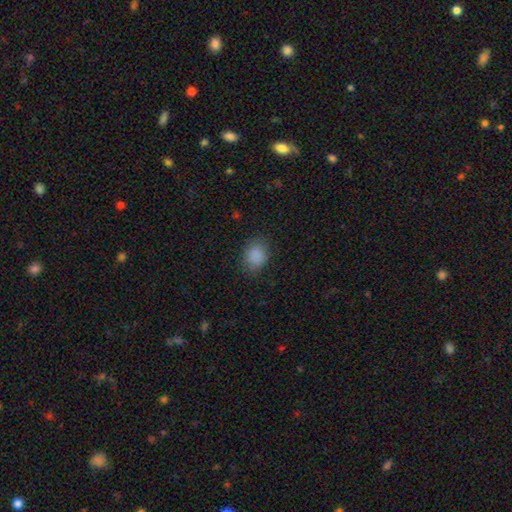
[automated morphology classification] smooth_or_featured: smooth (p=0.87) [alt: star or artifact p=0.09]
how_rounded: in between (p=0.54) [alt: round p=0.45]
merging: none (p=0.82) [alt: minor disturbance p=0.13]